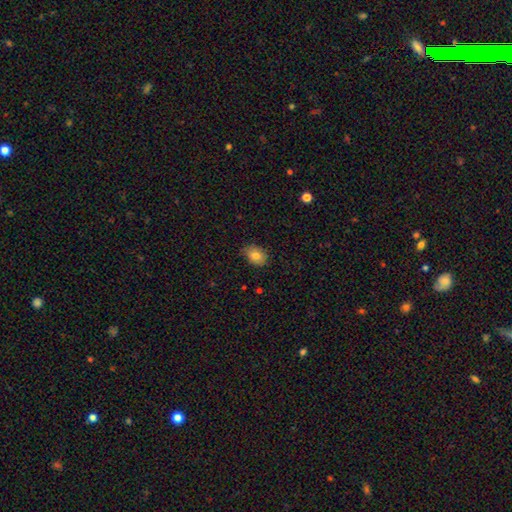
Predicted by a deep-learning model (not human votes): Q: Smooth or featured?
A: smooth (82%); runner-up: featured or disk (10%)
Q: How rounded?
A: in between (74%); runner-up: round (25%)
Q: Merging?
A: none (79%); runner-up: minor disturbance (17%)